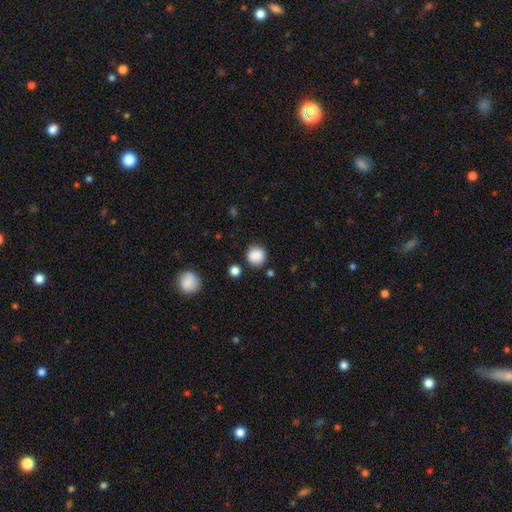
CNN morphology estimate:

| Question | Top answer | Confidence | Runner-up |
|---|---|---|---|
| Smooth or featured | smooth | 87% | star or artifact (9%) |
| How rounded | round | 89% | in between (10%) |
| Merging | none | 83% | minor disturbance (10%) |